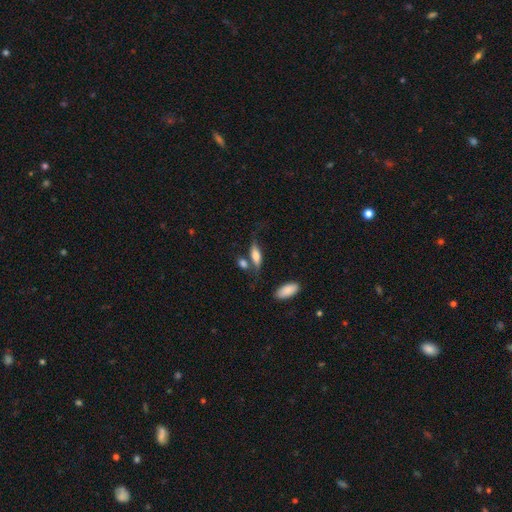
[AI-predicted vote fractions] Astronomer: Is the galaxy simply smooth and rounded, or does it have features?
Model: smooth — 66%.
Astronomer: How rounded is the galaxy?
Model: in between — 58% (runner-up: cigar-shaped, 37%).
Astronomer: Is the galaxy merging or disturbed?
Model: none — 56%.